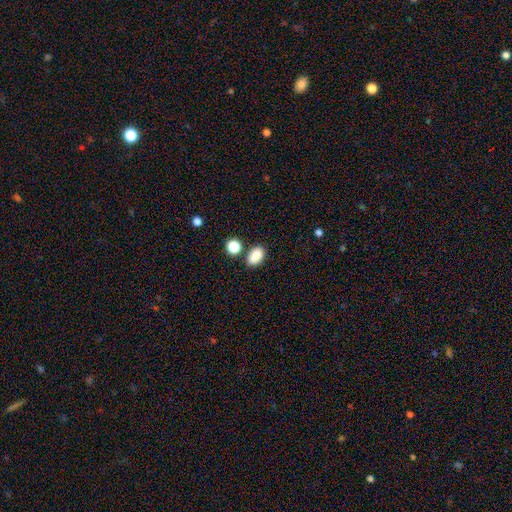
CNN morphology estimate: The model was most divided on "merging": none: 71%, minor disturbance: 14%, merger: 11%, major disturbance: 4%. More confident: how rounded — in between (86%); smooth or featured — smooth (85%).